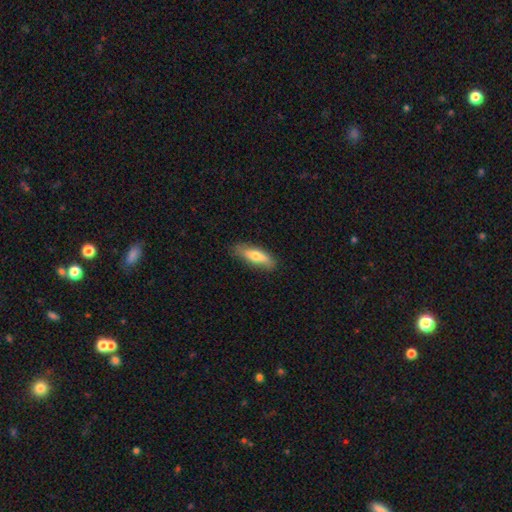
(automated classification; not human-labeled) This appears to be a smooth galaxy with no disk features (67%) that is cigar-shaped (51%). Merging: none (81%).